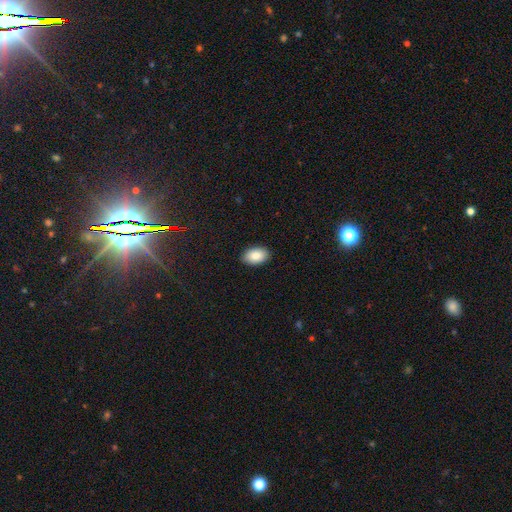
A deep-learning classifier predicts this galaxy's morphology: smooth-or-featured: smooth: 87% | star or artifact: 7% | featured or disk: 6%
  how-rounded: in between: 92% | round: 7% | cigar-shaped: 1%
  merging: none: 90% | minor disturbance: 7% | major disturbance: 2% | merger: 1%